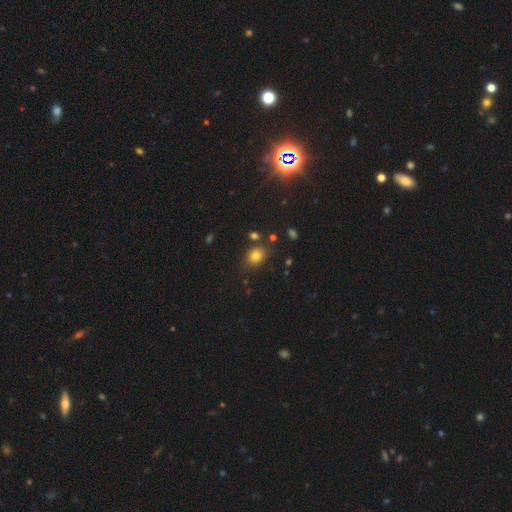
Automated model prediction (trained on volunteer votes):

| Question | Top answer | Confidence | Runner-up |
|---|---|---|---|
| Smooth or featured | smooth | 80% | star or artifact (13%) |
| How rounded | round | 59% | in between (40%) |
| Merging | none | 79% | minor disturbance (11%) |